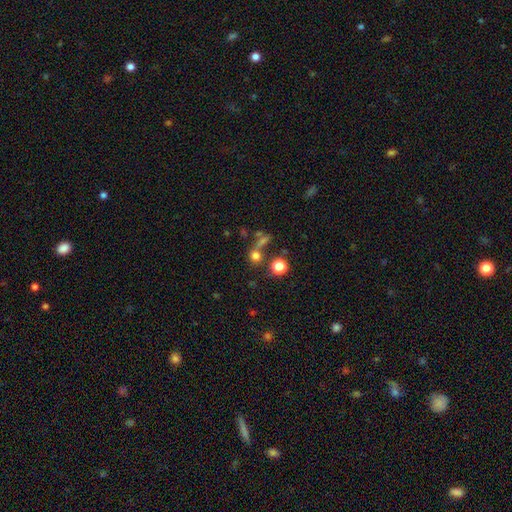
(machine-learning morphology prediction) Smooth or featured? smooth (70%)
How rounded? round (86%)
Merging? none (56%)